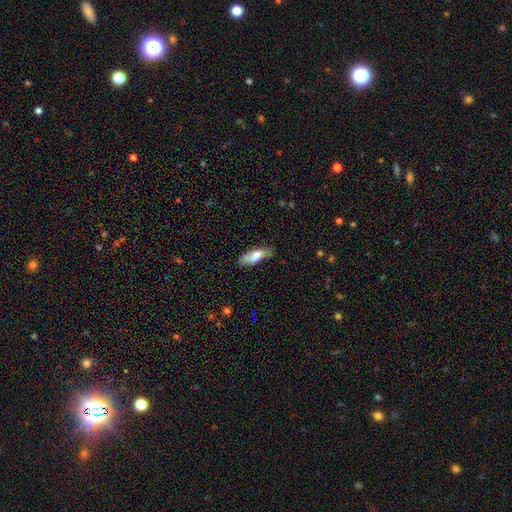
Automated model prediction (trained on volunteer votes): Morphology: type=smooth (67%); roundness=in between (60%); merging=none (63%).